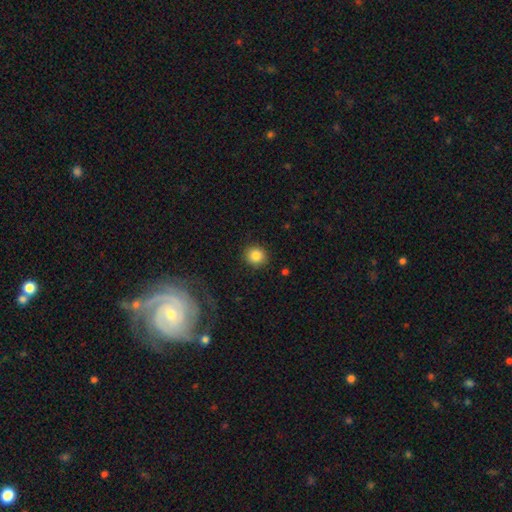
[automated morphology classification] Smooth or featured?
  - smooth: 84% *
  - star or artifact: 10%
  - featured or disk: 6%
How rounded?
  - round: 90% *
  - in between: 9%
  - cigar-shaped: 1%
Merging?
  - none: 90% *
  - minor disturbance: 6%
  - major disturbance: 2%
  - merger: 1%